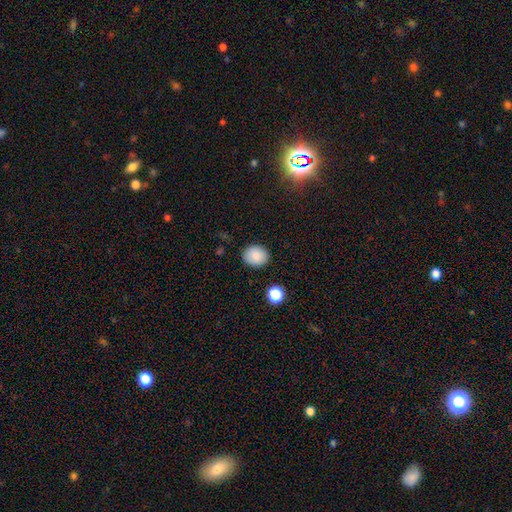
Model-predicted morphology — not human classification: Q: Smooth or featured?
A: smooth (87%); runner-up: star or artifact (9%)
Q: How rounded?
A: round (62%); runner-up: in between (37%)
Q: Merging?
A: none (88%); runner-up: minor disturbance (8%)